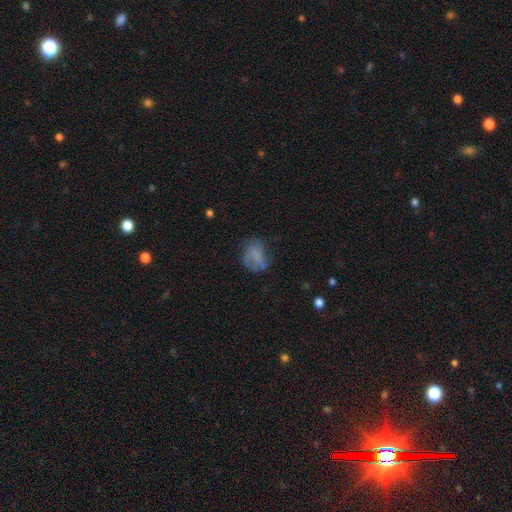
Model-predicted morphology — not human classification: smooth_or_featured: smooth (p=0.57) [alt: featured or disk p=0.31]
how_rounded: round (p=0.51) [alt: in between p=0.48]
merging: none (p=0.53) [alt: minor disturbance p=0.26]